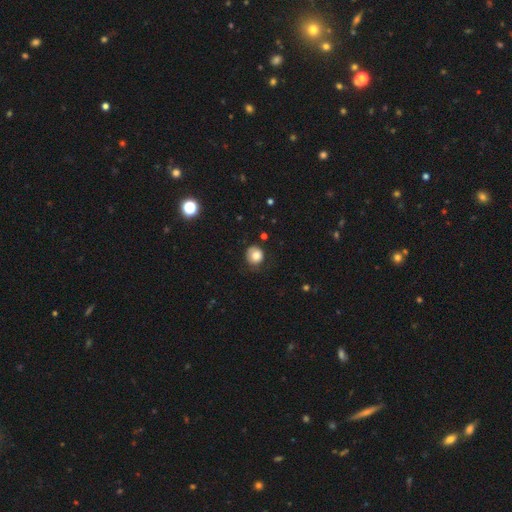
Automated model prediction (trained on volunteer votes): Smooth or featured? Predicted: smooth (p=0.79). How rounded? Predicted: round (p=0.81). Merging? Predicted: none (p=0.61).